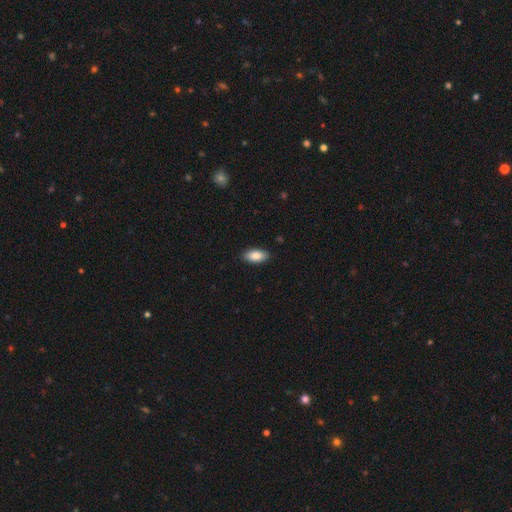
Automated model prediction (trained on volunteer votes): Smooth or featured: smooth — 88% (star or artifact — 6%)
How rounded: in between — 91% (cigar-shaped — 6%)
Merging: none — 87% (minor disturbance — 10%)